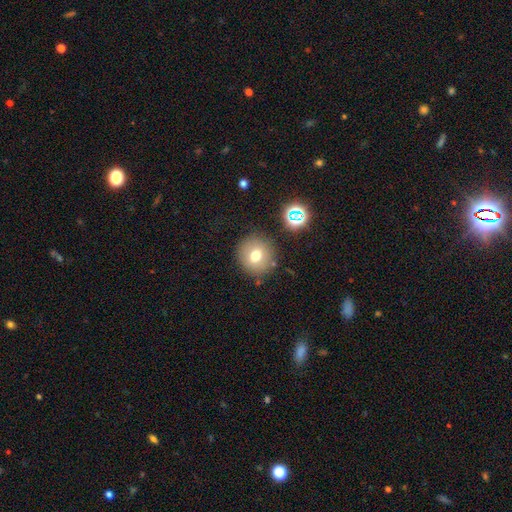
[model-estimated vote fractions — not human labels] A smooth galaxy with no disk features (69%) that is round (88%). Merging: none (83%).